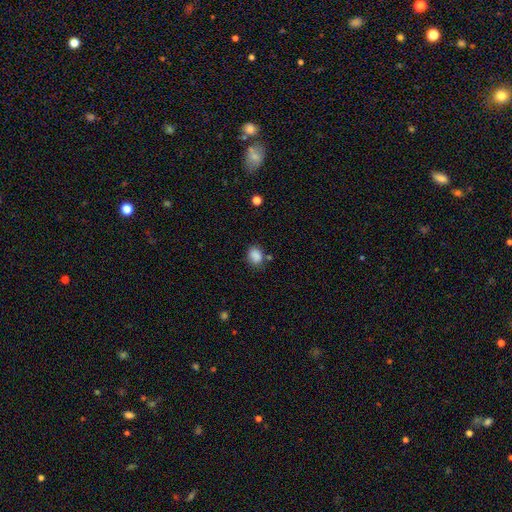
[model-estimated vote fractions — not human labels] Smooth or featured: smooth — 86% (star or artifact — 10%)
How rounded: in between — 55% (round — 44%)
Merging: none — 72% (minor disturbance — 17%)